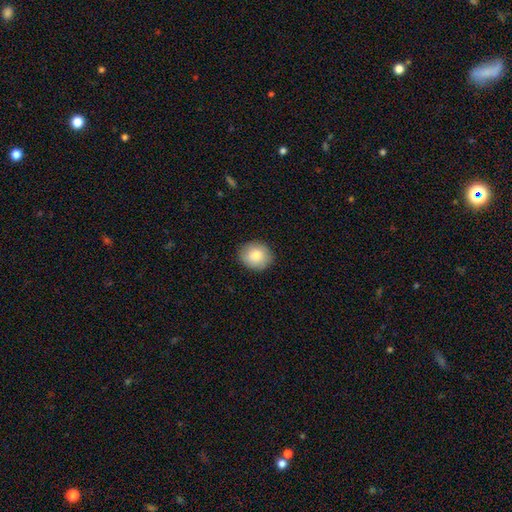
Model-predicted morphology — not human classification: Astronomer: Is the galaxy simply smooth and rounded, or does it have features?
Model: smooth — 85%.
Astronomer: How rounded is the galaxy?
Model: round — 75%.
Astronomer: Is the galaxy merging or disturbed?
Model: none — 87%.